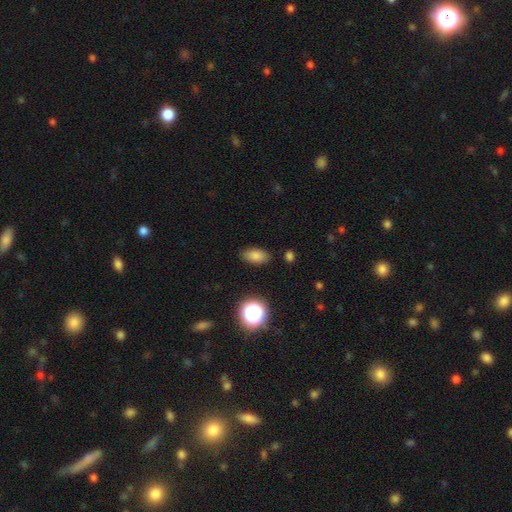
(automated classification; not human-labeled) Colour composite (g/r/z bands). It shows a smooth galaxy with no disk features (82%) that is in between round and cigar-shaped (88%). Merging: none (85%).